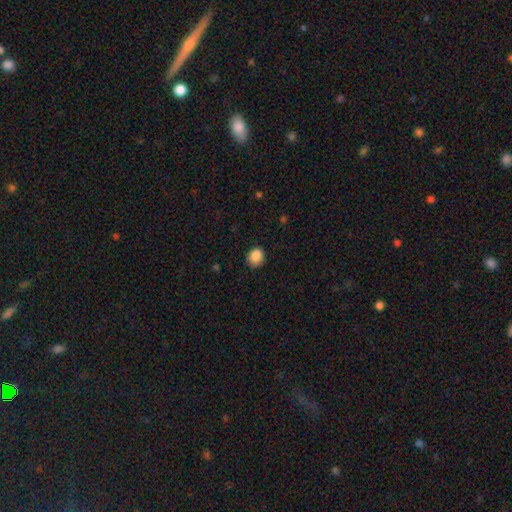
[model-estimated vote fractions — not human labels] Overall: smooth (87%). How rounded: round (71%). Merging: none (81%).